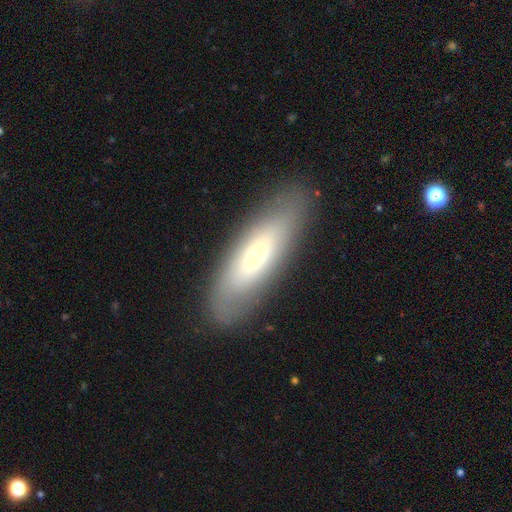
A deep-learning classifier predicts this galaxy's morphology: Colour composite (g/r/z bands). It shows a smooth galaxy with no disk features (52%) that is in between round and cigar-shaped (51%). Merging: none (85%).